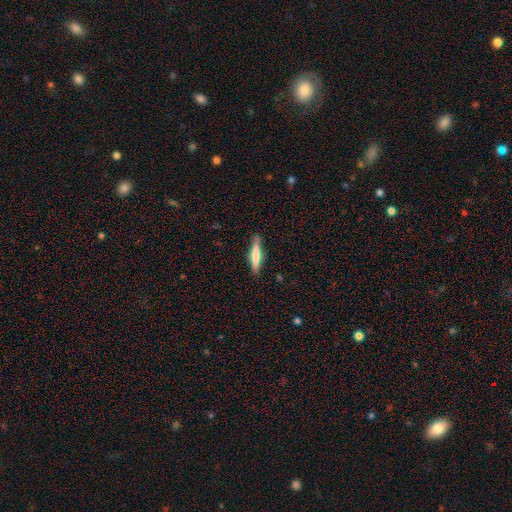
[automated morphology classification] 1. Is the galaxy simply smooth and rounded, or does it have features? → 66% smooth, 28% featured or disk, 6% star or artifact.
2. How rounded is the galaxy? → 88% cigar-shaped, 11% in between, 1% round.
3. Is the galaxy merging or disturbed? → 84% none, 12% minor disturbance, 2% major disturbance, 1% merger.